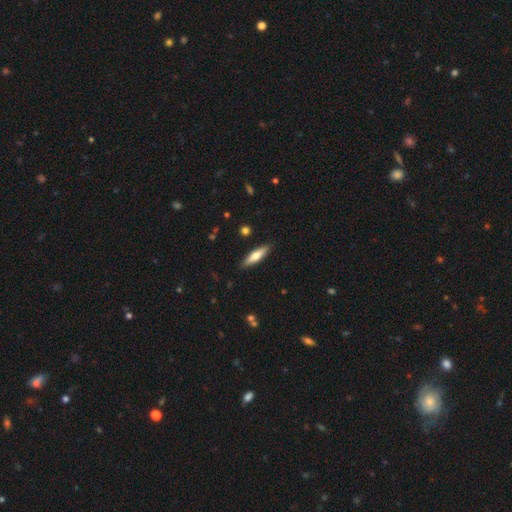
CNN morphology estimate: smooth-or-featured: smooth: 61% | featured or disk: 34% | star or artifact: 6%
  how-rounded: cigar-shaped: 73% | in between: 26% | round: 2%
  merging: none: 89% | minor disturbance: 8% | major disturbance: 2% | merger: 1%